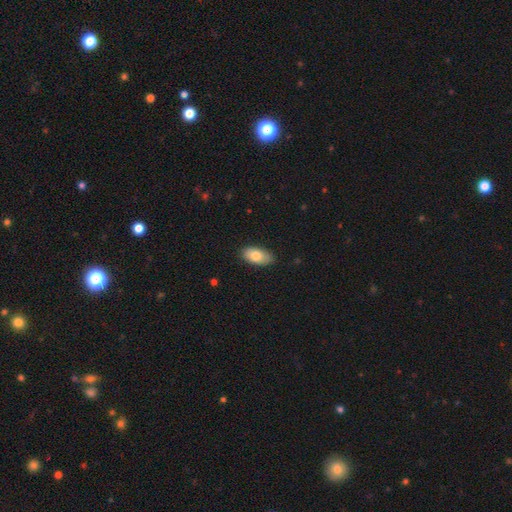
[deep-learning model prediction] Smooth or featured? smooth (77%)
How rounded? in between (93%)
Merging? none (84%)